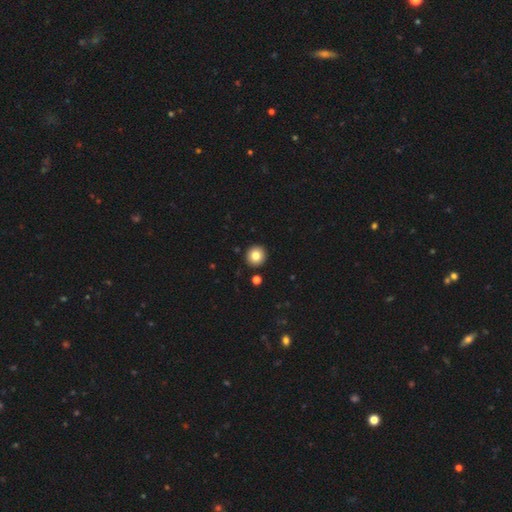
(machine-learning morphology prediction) A smooth galaxy with no disk features (82%) that is round (94%). Merging: none (92%).